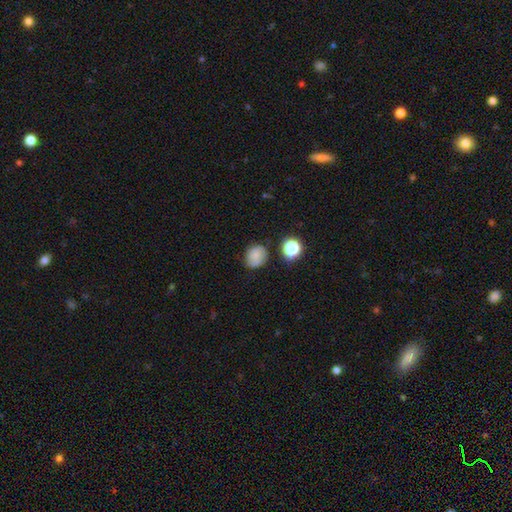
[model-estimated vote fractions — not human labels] Overall: smooth (70%). How rounded: round (69%; in between 30%). Merging: none (71%).